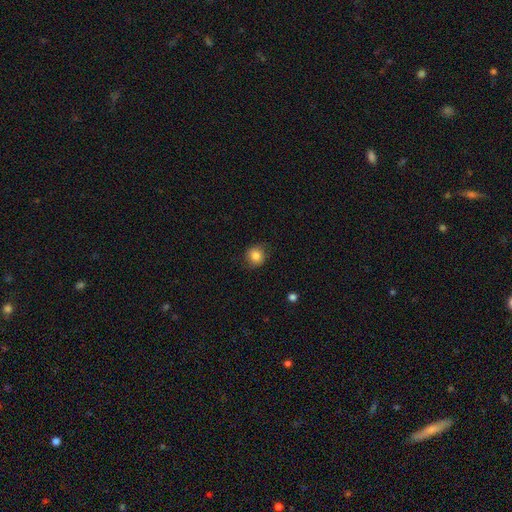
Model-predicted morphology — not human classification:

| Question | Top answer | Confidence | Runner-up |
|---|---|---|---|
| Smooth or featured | smooth | 82% | star or artifact (9%) |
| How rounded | round | 84% | in between (15%) |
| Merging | none | 79% | minor disturbance (15%) |